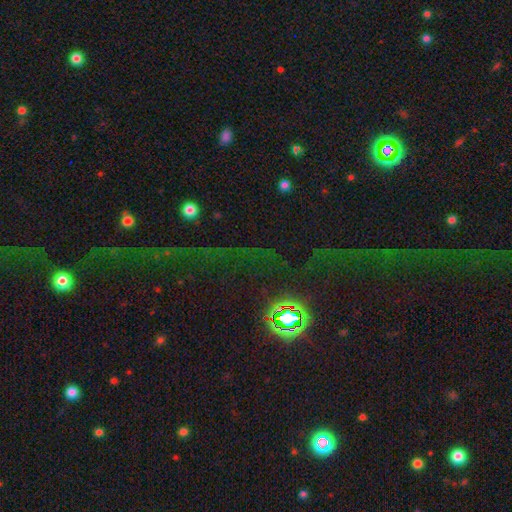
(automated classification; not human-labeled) This appears to be a star or artifact, not a galaxy (73%).